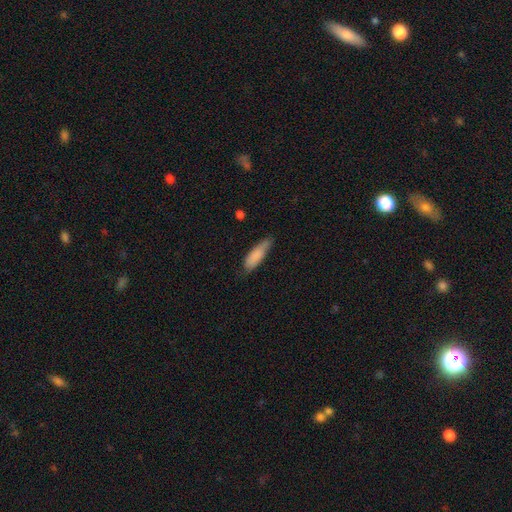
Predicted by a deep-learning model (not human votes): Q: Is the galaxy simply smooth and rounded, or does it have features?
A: smooth — 84%.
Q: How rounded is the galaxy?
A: cigar-shaped — 52%.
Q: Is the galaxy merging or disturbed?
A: none — 61%.